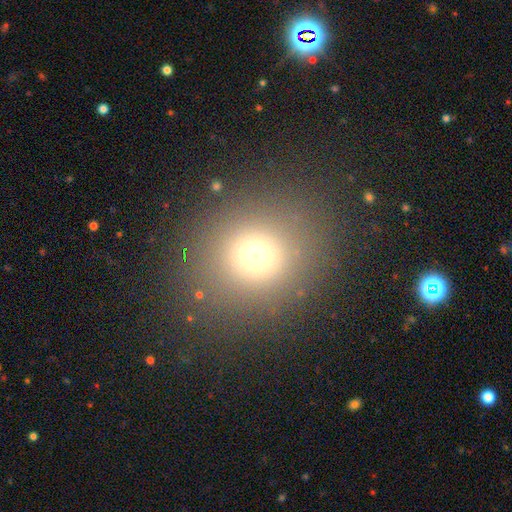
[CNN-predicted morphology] Smooth or featured? Predicted: smooth (p=0.68). How rounded? Predicted: round (p=0.86). Merging? Predicted: none (p=0.85).